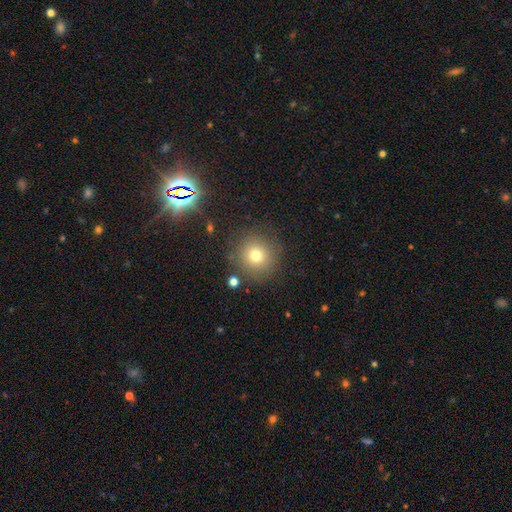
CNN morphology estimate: Smooth or featured? smooth (74%)
How rounded? round (93%)
Merging? none (84%)